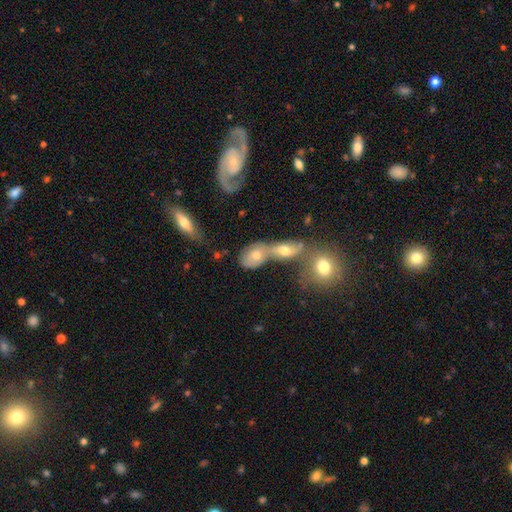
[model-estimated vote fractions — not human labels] Smooth or featured? Predicted: smooth (p=0.62). How rounded? Predicted: in between (p=0.75). Merging? Predicted: merger (p=0.68).